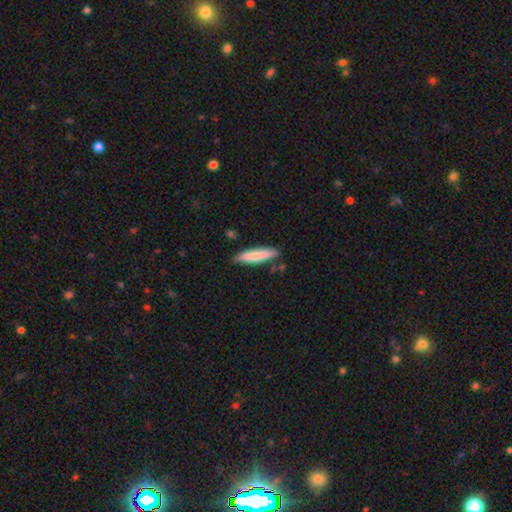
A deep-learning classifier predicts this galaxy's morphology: smooth-or-featured: smooth: 81% | featured or disk: 13% | star or artifact: 6%
  how-rounded: cigar-shaped: 82% | in between: 16% | round: 1%
  merging: none: 82% | minor disturbance: 13% | merger: 3% | major disturbance: 2%